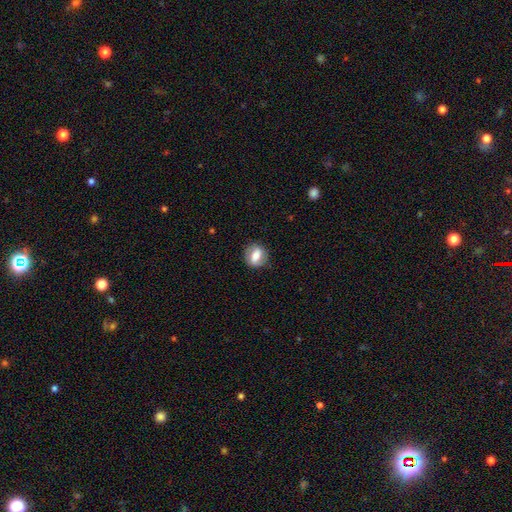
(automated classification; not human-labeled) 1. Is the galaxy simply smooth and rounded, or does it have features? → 65% smooth, 27% featured or disk, 8% star or artifact.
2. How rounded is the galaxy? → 49% in between (tied), 49% round (tied), 2% cigar-shaped.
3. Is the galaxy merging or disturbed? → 81% none, 14% minor disturbance, 4% major disturbance, 1% merger.